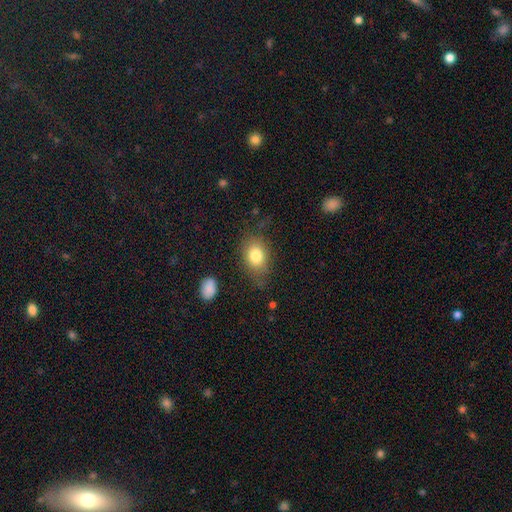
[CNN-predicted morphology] Smooth or featured? Predicted: smooth (p=0.81). How rounded? Predicted: in between (p=0.72). Merging? Predicted: none (p=0.71).